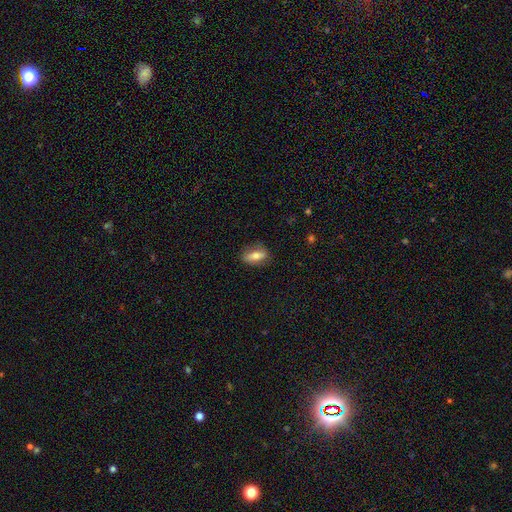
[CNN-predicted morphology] This appears to be a smooth galaxy with no disk features (70%) that is in between round and cigar-shaped (78%). Merging: none (78%).